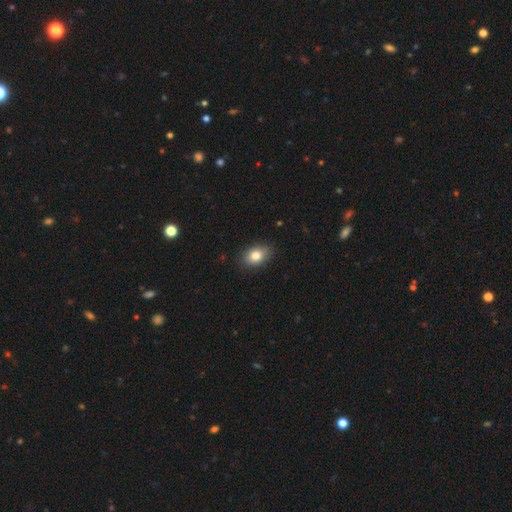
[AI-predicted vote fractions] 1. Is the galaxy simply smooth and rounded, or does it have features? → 82% smooth, 10% featured or disk, 9% star or artifact.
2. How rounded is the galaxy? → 80% in between, 18% round, 1% cigar-shaped.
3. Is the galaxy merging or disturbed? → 85% none, 12% minor disturbance, 2% major disturbance, 1% merger.